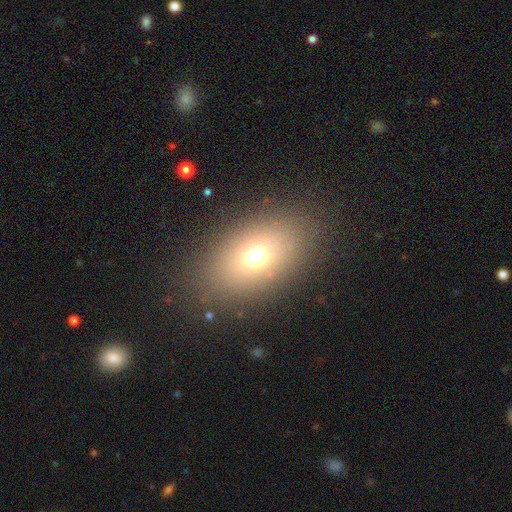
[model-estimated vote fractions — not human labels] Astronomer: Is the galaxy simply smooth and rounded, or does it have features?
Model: smooth — 67%.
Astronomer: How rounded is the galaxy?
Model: in between — 77%.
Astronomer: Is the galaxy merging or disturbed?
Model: none — 82%.